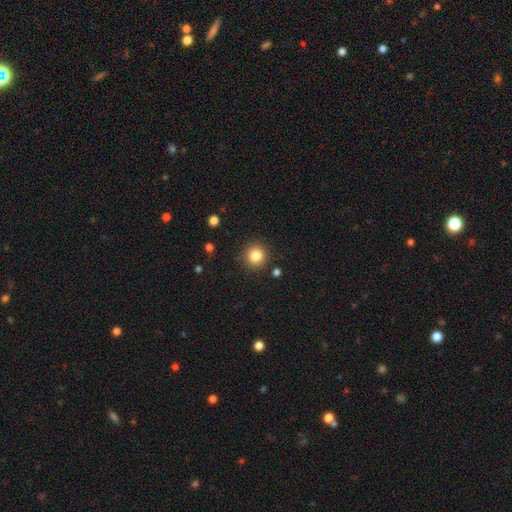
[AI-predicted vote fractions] Smooth or featured: smooth — 84% (star or artifact — 11%)
How rounded: round — 94% (in between — 5%)
Merging: none — 89% (minor disturbance — 6%)